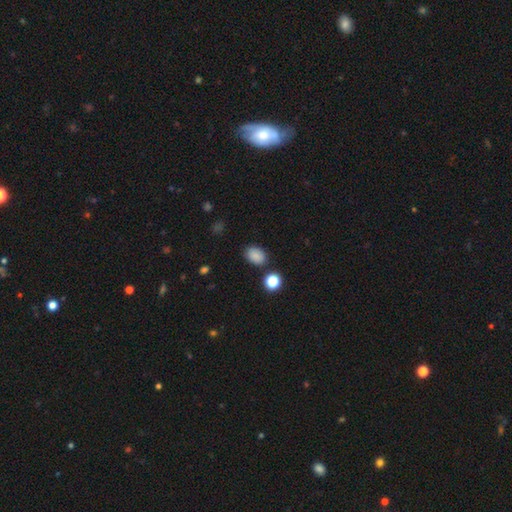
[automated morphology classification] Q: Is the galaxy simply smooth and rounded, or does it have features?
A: smooth — 85%.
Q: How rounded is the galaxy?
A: in between — 76%.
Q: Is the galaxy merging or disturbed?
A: none — 82%.